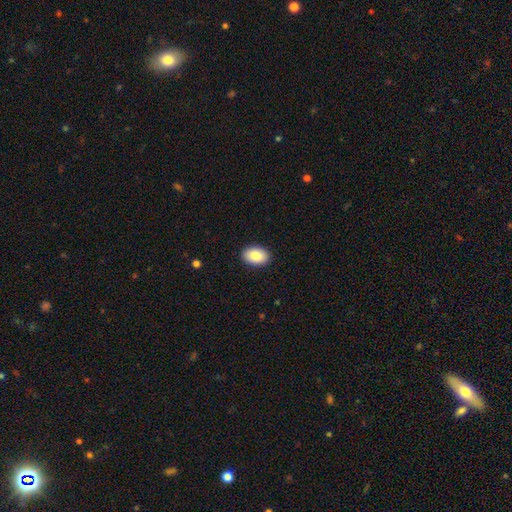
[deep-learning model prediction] This appears to be a smooth galaxy with no disk features (85%) that is in between round and cigar-shaped (87%). Merging: none (90%).